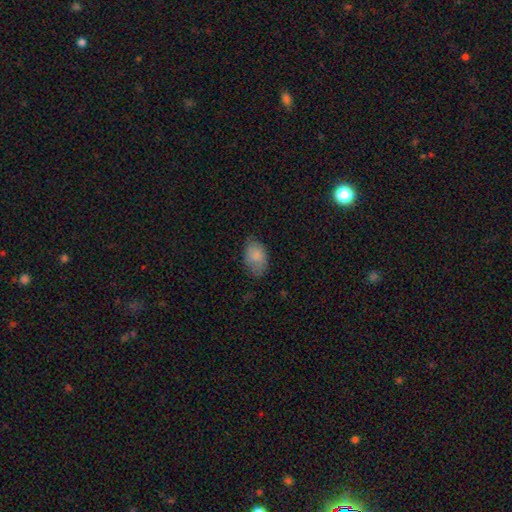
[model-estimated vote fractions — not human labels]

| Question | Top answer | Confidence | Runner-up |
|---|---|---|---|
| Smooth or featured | smooth | 83% | featured or disk (10%) |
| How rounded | in between | 90% | round (9%) |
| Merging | none | 67% | minor disturbance (26%) |